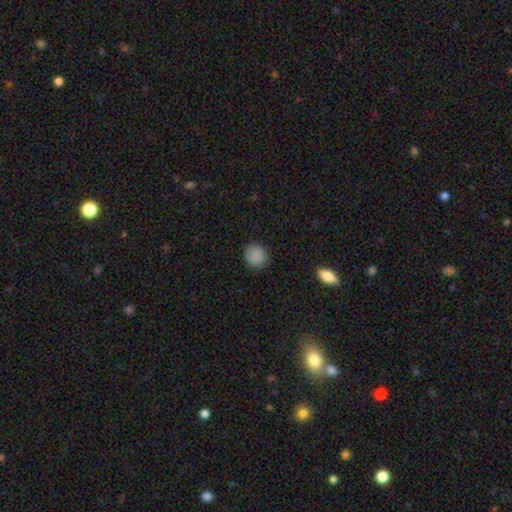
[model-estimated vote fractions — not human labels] smooth 87%, star or artifact 10%, featured or disk 3%. Down the decision tree: how rounded — round (84%); merging — none (89%).